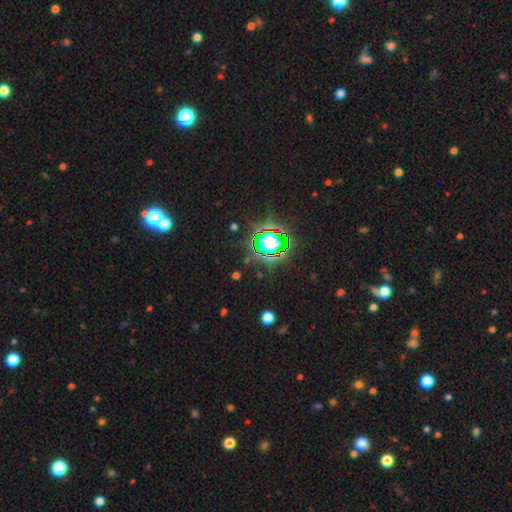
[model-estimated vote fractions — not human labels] smooth-or-featured: star or artifact: 82% | smooth: 11% | featured or disk: 7%